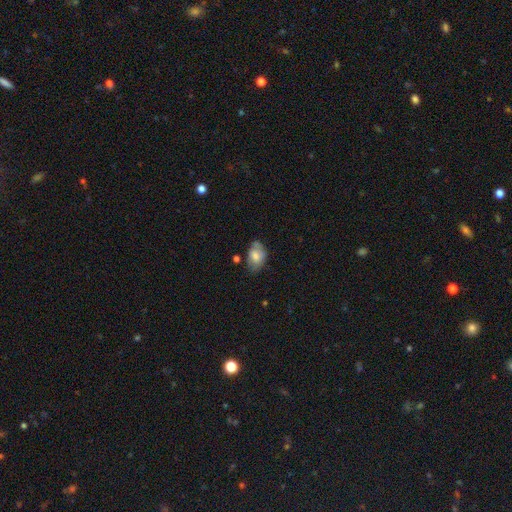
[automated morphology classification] smooth-or-featured: smooth: 66% | featured or disk: 26% | star or artifact: 8%
  how-rounded: in between: 86% | round: 13% | cigar-shaped: 1%
  merging: none: 55% | minor disturbance: 30% | major disturbance: 9% | merger: 6%